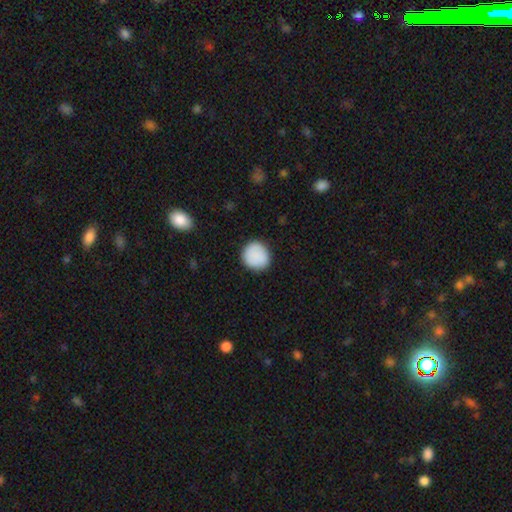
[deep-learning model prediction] Overall: smooth (89%). How rounded: round (91%). Merging: none (88%).